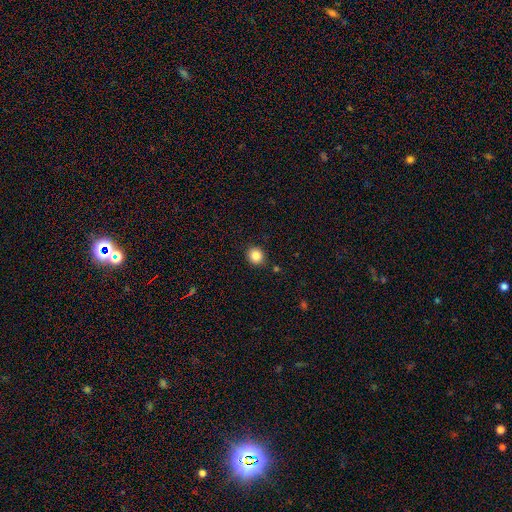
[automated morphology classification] smooth-or-featured: smooth: 86% | star or artifact: 10% | featured or disk: 4%
  how-rounded: round: 83% | in between: 16% | cigar-shaped: 1%
  merging: none: 88% | minor disturbance: 8% | merger: 2% | major disturbance: 2%